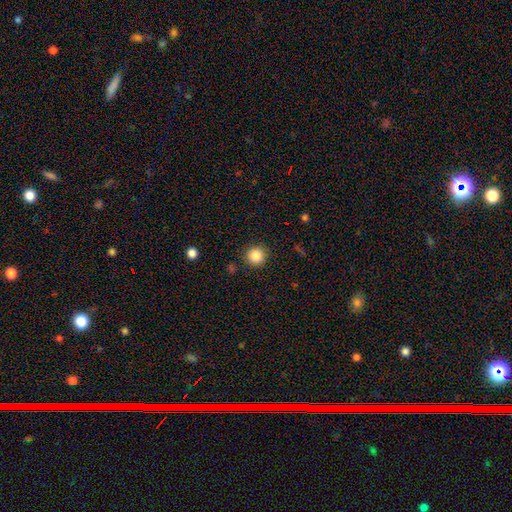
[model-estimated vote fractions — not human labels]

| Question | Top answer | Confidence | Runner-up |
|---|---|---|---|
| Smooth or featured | smooth | 86% | star or artifact (10%) |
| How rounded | round | 94% | in between (5%) |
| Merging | none | 90% | minor disturbance (6%) |